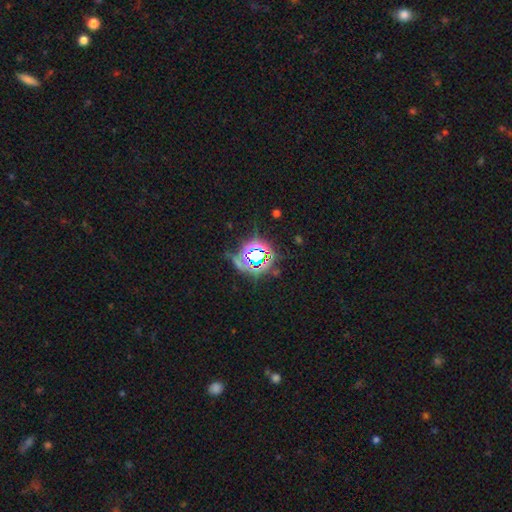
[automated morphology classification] A star or artifact, not a galaxy (75%).

Vote fractions:
- Smooth or featured? star or artifact: 75% / smooth: 15% / featured or disk: 11%